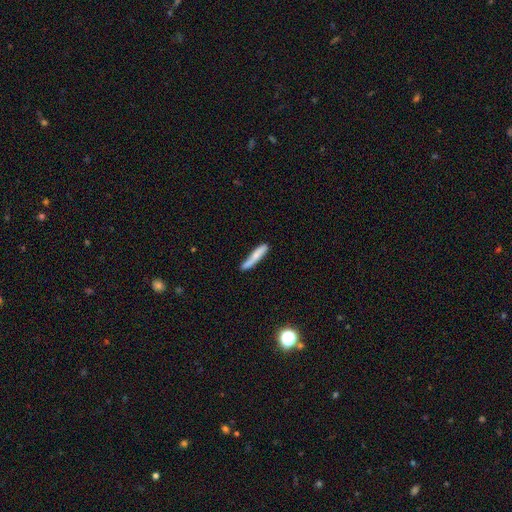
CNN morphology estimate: smooth_or_featured: smooth (p=0.68) [alt: featured or disk p=0.26]
how_rounded: cigar-shaped (p=0.90) [alt: in between p=0.08]
merging: none (p=0.68) [alt: minor disturbance p=0.23]